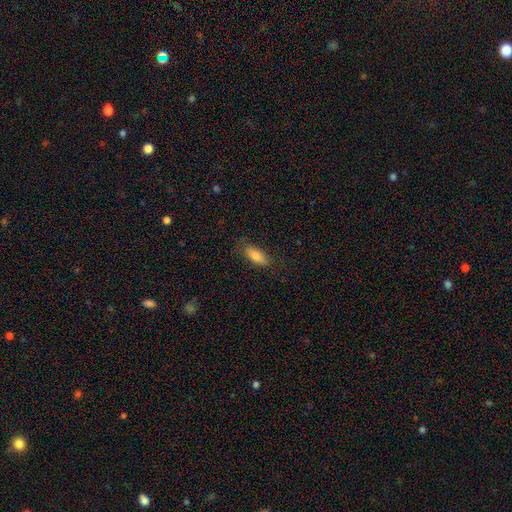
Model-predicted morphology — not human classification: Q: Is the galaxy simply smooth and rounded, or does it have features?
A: smooth — 81%.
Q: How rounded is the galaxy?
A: in between — 74%.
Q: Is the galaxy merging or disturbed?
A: none — 81%.